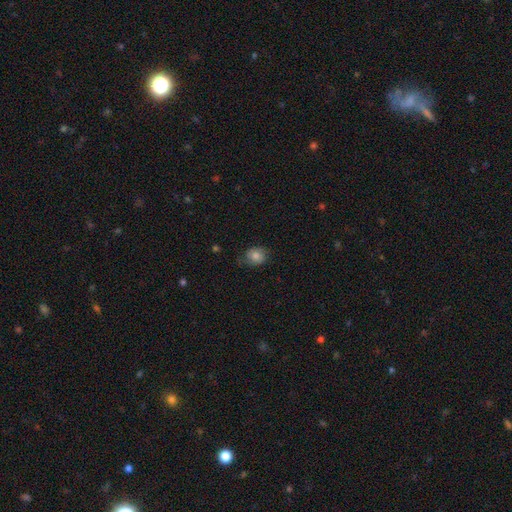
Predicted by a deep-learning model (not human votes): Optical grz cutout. It shows a smooth galaxy with no disk features (76%) that is round (64%). Merging: none (70%).